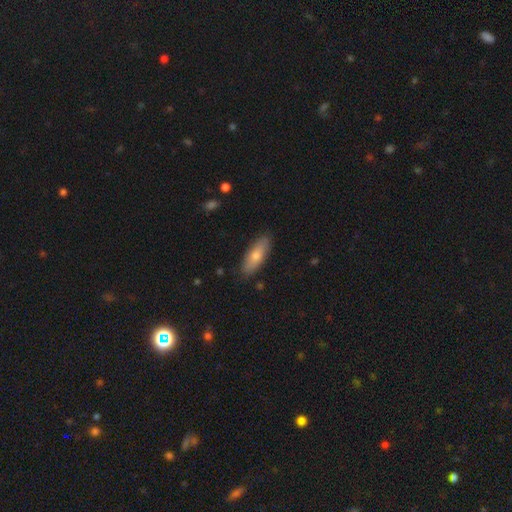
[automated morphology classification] This is likely a smooth galaxy (68%). How rounded: likely in between (61%). Merging: clearly none (87%).